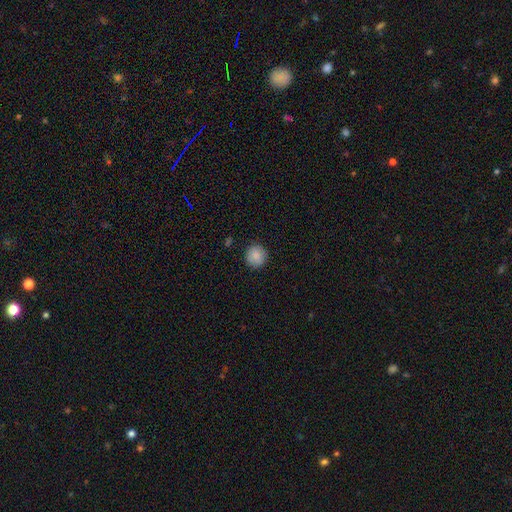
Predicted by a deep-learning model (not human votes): Smooth or featured?
  - smooth: 88% *
  - star or artifact: 8%
  - featured or disk: 5%
How rounded?
  - round: 93% *
  - in between: 6%
  - cigar-shaped: 1%
Merging?
  - none: 90% *
  - minor disturbance: 7%
  - major disturbance: 2%
  - merger: 1%